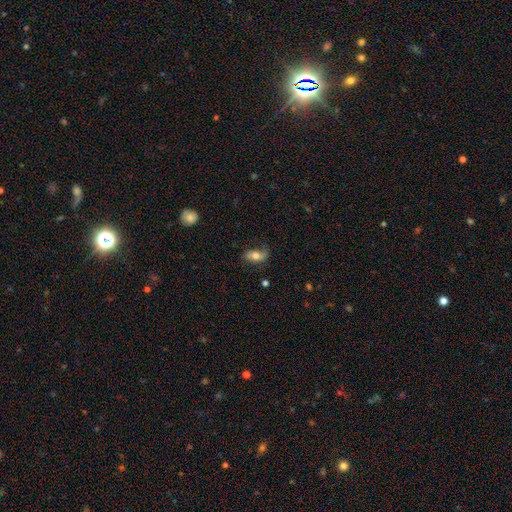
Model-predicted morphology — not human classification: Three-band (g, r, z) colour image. It shows a smooth galaxy with no disk features (54%) that is in between round and cigar-shaped (85%). Merging: none (65%).